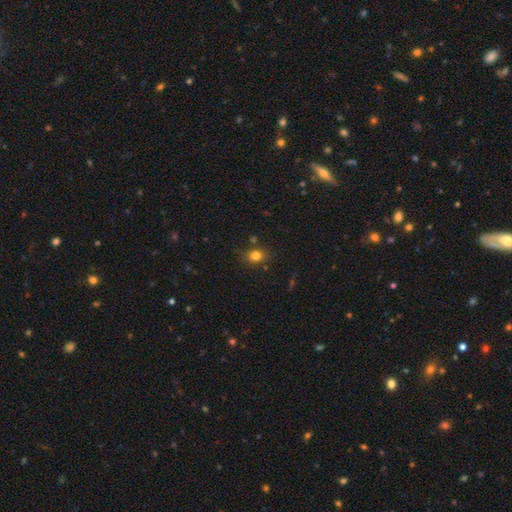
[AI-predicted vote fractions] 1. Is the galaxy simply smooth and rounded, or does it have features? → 79% smooth, 13% star or artifact, 7% featured or disk.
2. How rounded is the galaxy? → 55% round, 44% in between, 1% cigar-shaped.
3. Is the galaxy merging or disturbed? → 78% none, 14% minor disturbance, 4% merger, 4% major disturbance.